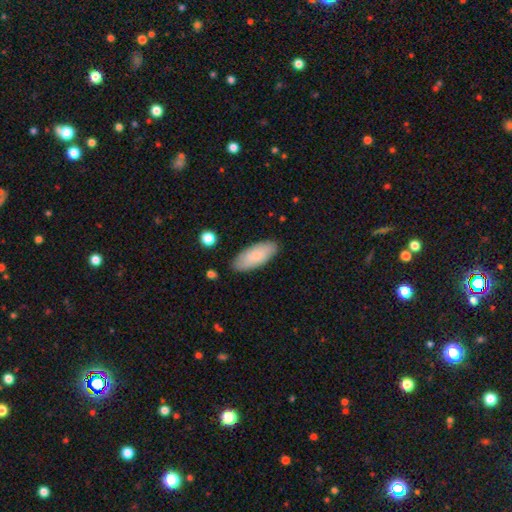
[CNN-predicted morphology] A smooth galaxy with no disk features (81%) that is in between round and cigar-shaped (81%).

Vote fractions:
- Smooth or featured? smooth: 81% / featured or disk: 13% / star or artifact: 6%
- How rounded? in between: 81% / cigar-shaped: 17% / round: 2%
- Merging? none: 84% / minor disturbance: 12% / major disturbance: 2% / merger: 2%